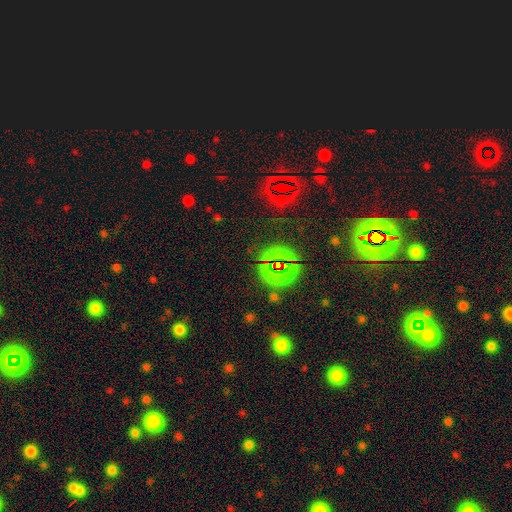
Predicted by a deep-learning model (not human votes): Q: Smooth or featured?
A: star or artifact (75%); runner-up: smooth (16%)